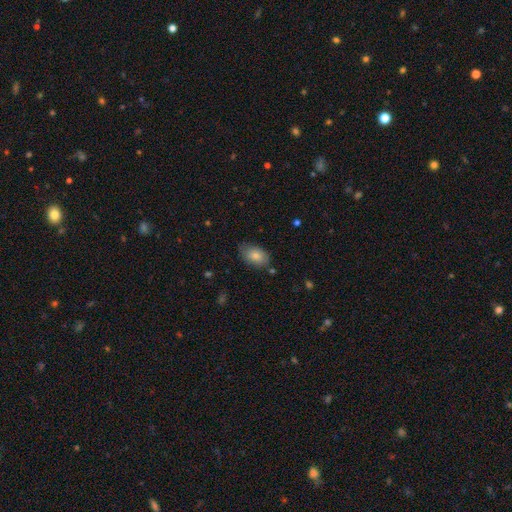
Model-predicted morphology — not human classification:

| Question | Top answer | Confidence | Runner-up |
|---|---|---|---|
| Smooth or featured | smooth | 80% | featured or disk (13%) |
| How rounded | in between | 90% | round (9%) |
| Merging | none | 73% | minor disturbance (20%) |